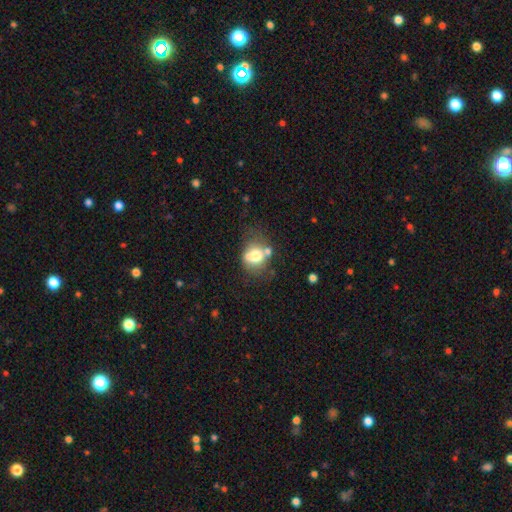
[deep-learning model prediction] This appears to be a smooth galaxy with no disk features (67%) that is round (57%). Merging: none (44%).